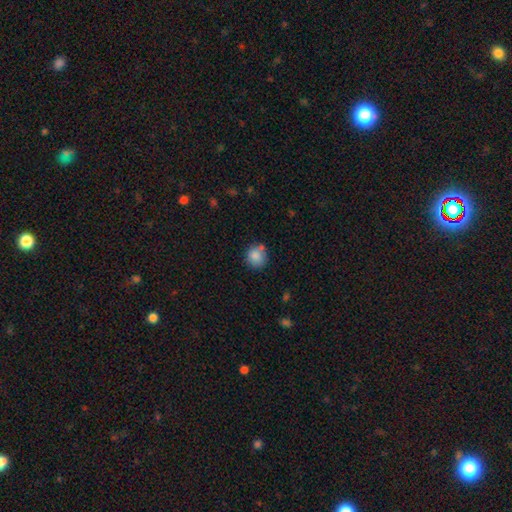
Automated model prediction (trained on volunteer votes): smooth 85%, star or artifact 9%, featured or disk 6%. Down the decision tree: how rounded — round (87%); merging — none (73%).